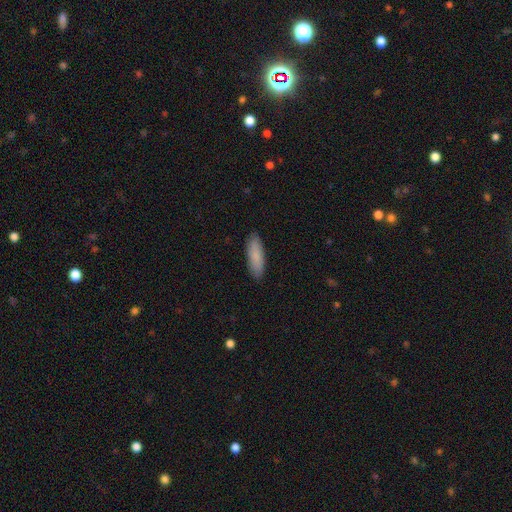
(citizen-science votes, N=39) Morphology: type=smooth (87%); roundness=cigar-shaped (68%); merging=none (83%).